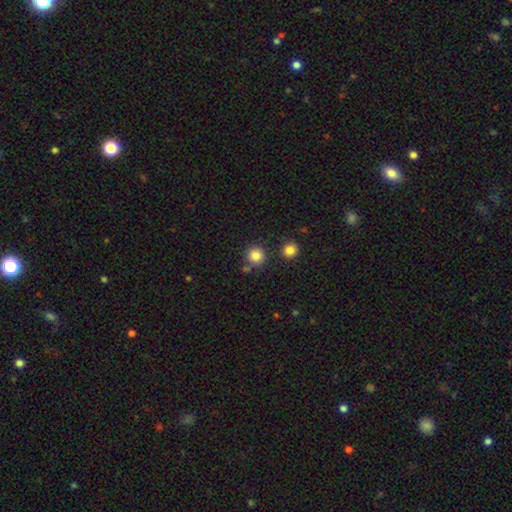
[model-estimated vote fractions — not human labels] Smooth or featured? Predicted: smooth (p=0.84). How rounded? Predicted: round (p=0.94). Merging? Predicted: none (p=0.80).